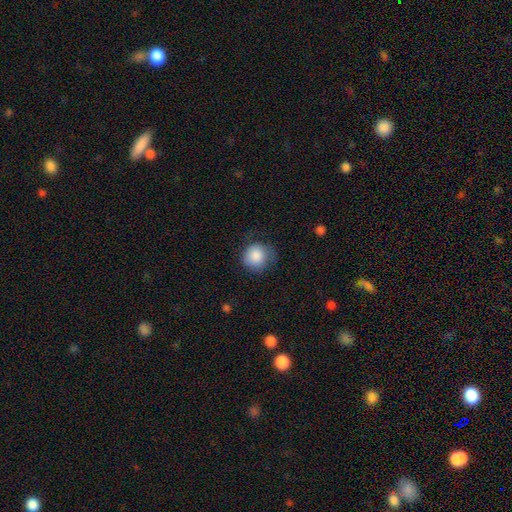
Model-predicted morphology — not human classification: Smooth or featured?
  - smooth: 86% *
  - star or artifact: 8%
  - featured or disk: 6%
How rounded?
  - round: 88% *
  - in between: 11%
  - cigar-shaped: 1%
Merging?
  - none: 65% *
  - minor disturbance: 25%
  - major disturbance: 8%
  - merger: 1%